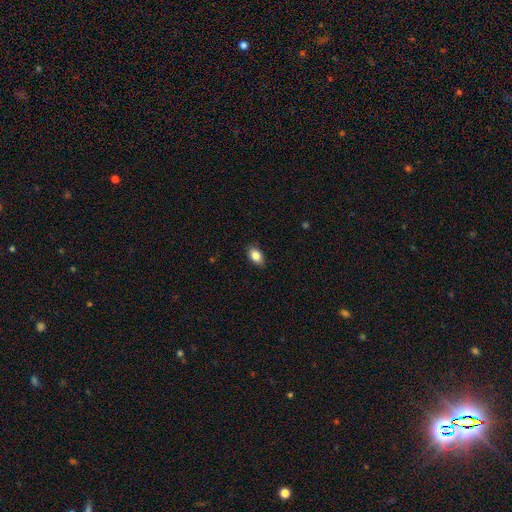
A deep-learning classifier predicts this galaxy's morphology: type=smooth (84%); roundness=in between (87%); merging=none (86%).